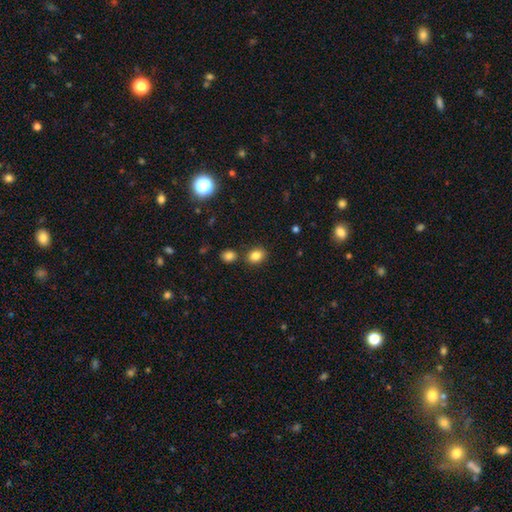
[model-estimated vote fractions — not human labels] The model was most divided on "how rounded": in between: 59%, round: 40%, cigar-shaped: 1%. More confident: smooth or featured — smooth (84%); merging — none (76%).